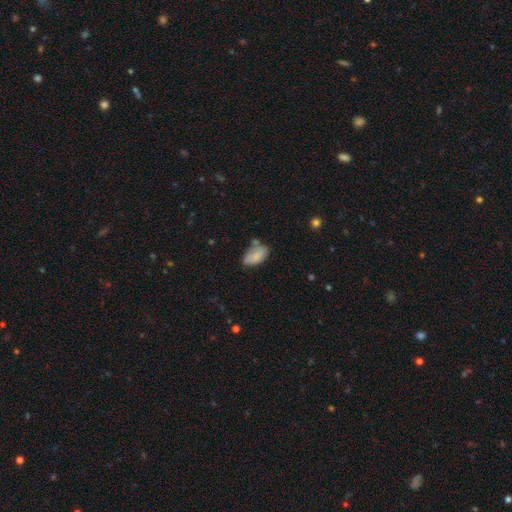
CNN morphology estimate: This appears to be a smooth galaxy with no disk features (80%) that is in between round and cigar-shaped (93%). Merging: none (47%).